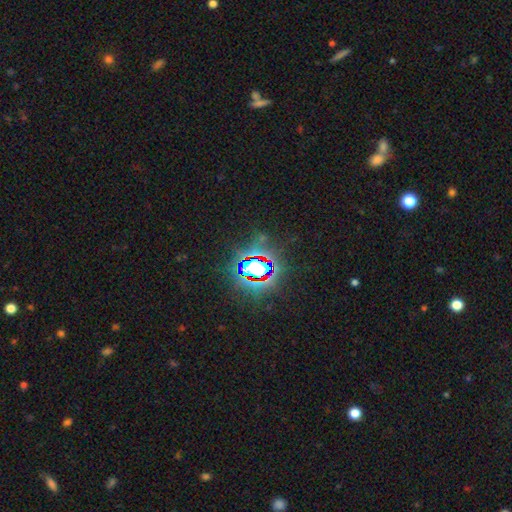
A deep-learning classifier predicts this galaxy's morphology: Smooth or featured?
  - star or artifact: 84% *
  - smooth: 9%
  - featured or disk: 7%